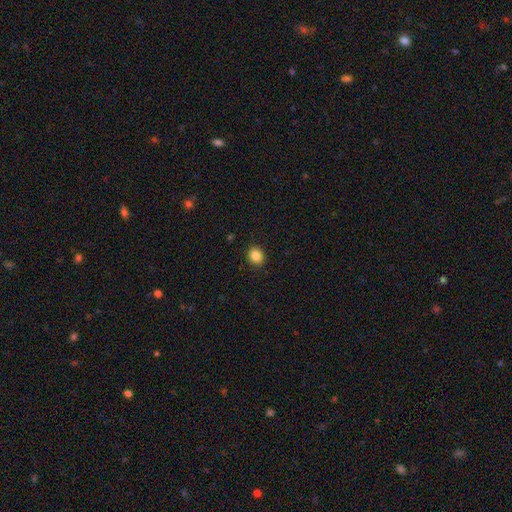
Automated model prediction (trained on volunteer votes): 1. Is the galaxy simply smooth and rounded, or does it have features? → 85% smooth, 10% star or artifact, 4% featured or disk.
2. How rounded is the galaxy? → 70% round, 29% in between, 1% cigar-shaped.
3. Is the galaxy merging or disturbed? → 91% none, 6% minor disturbance, 2% major disturbance, 1% merger.